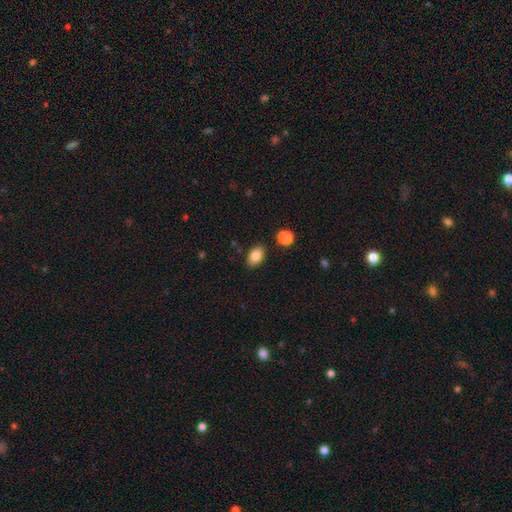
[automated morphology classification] smooth-or-featured: smooth: 84% | star or artifact: 9% | featured or disk: 8%
  how-rounded: in between: 89% | round: 10% | cigar-shaped: 2%
  merging: none: 84% | minor disturbance: 10% | merger: 3% | major disturbance: 2%